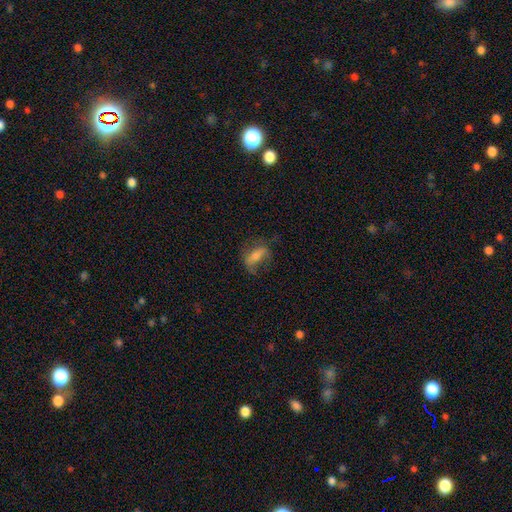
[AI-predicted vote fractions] A smooth galaxy with no disk features (46%). Merging: none (54%).